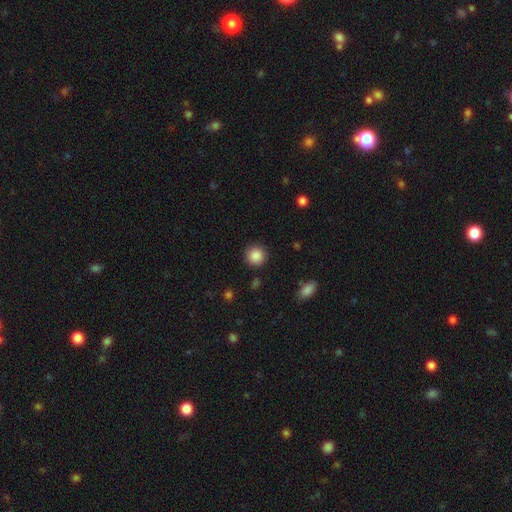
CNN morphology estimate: A smooth galaxy with no disk features (87%) that is round (93%).

Vote fractions:
- Smooth or featured? smooth: 87% / star or artifact: 9% / featured or disk: 3%
- How rounded? round: 93% / in between: 6% / cigar-shaped: 1%
- Merging? none: 89% / minor disturbance: 7% / major disturbance: 2% / merger: 1%